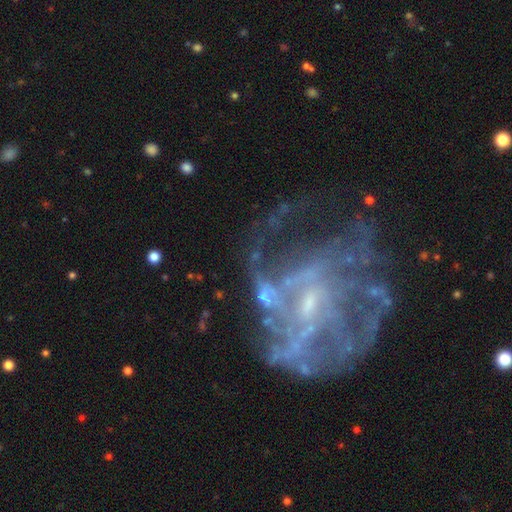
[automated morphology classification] Smooth or featured? Predicted: featured or disk (p=0.79). Edge-on disk? Predicted: no (p=0.98). Bar? Predicted: no (p=0.51). Spiral arms? Predicted: yes (p=0.69). Spiral winding? Predicted: medium (p=0.38). Spiral arm count? Predicted: can't tell (p=0.44). Bulge size? Predicted: small (p=0.63). Merging? Predicted: none (p=0.40).